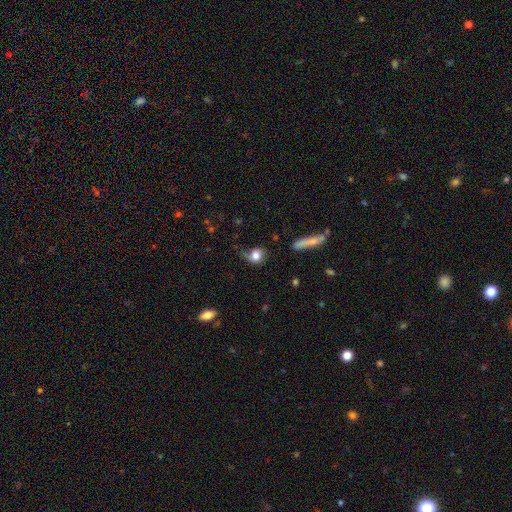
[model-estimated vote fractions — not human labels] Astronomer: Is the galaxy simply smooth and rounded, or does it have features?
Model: smooth — 75%.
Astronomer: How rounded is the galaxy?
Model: round — 69%.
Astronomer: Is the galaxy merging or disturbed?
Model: none — 43% (runner-up: minor disturbance, 29%).